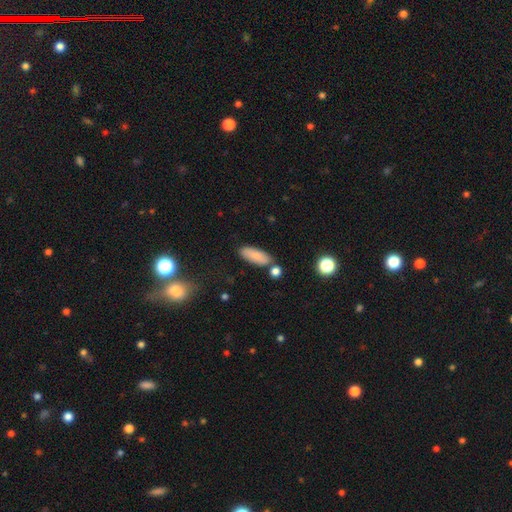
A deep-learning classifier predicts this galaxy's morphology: Smooth or featured: smooth — 83% (featured or disk — 10%)
How rounded: in between — 69% (cigar-shaped — 29%)
Merging: none — 75% (minor disturbance — 13%)